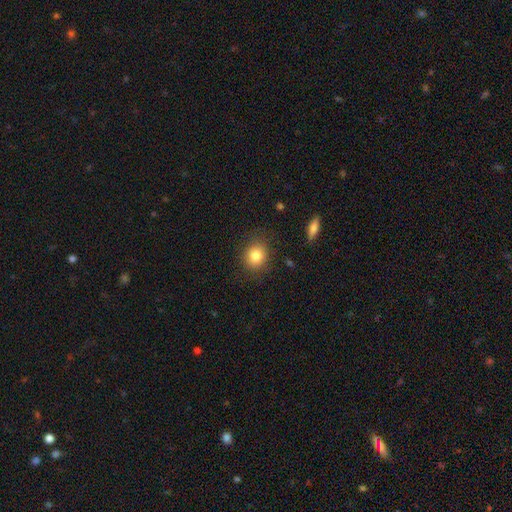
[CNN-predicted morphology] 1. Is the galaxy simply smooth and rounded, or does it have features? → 83% smooth, 10% star or artifact, 7% featured or disk.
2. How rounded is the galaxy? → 70% round, 29% in between, 1% cigar-shaped.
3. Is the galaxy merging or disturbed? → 85% none, 10% minor disturbance, 3% major disturbance, 1% merger.